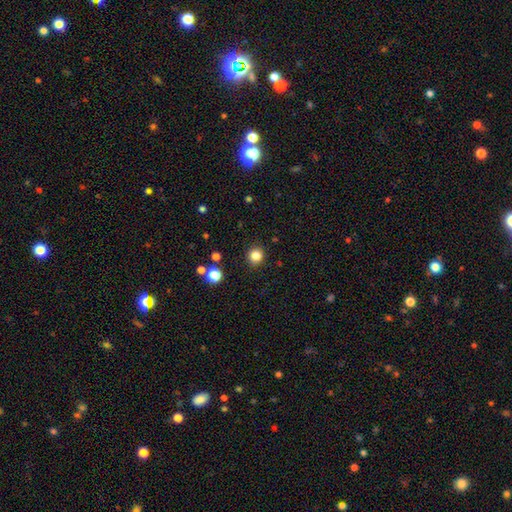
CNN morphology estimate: This is clearly a smooth galaxy (83%). How rounded: clearly round (93%). Merging: clearly none (91%).